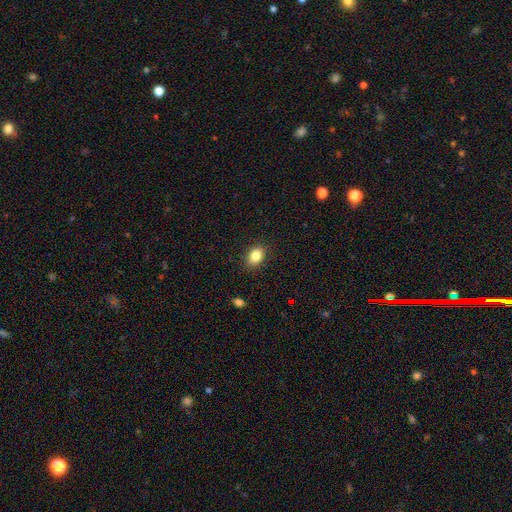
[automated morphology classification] The model was most divided on "how rounded": in between: 68%, round: 31%, cigar-shaped: 1%. More confident: merging — none (88%); smooth or featured — smooth (84%).